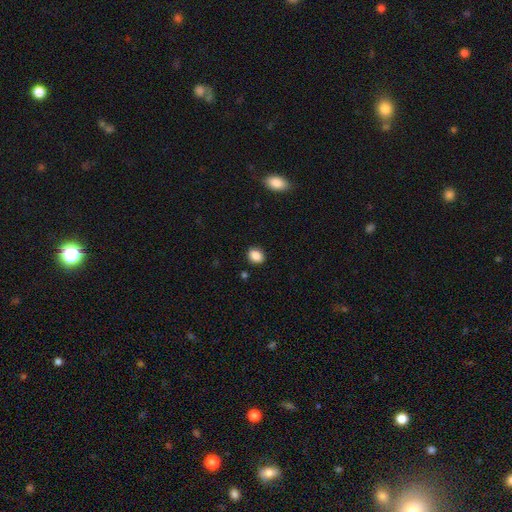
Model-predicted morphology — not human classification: type=smooth (88%); roundness=in between (53%); merging=none (88%).